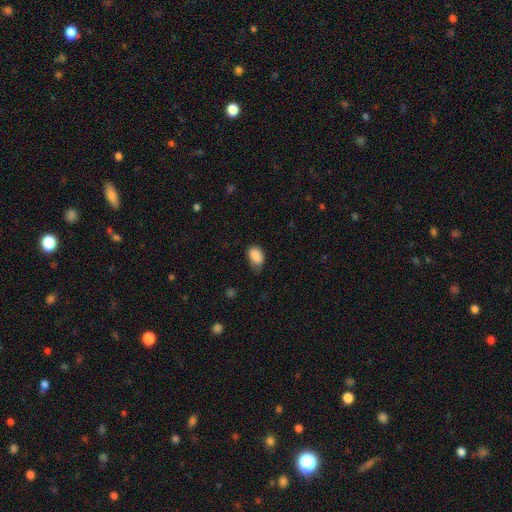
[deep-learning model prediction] Smooth or featured? smooth (86%)
How rounded? in between (87%)
Merging? none (48%)